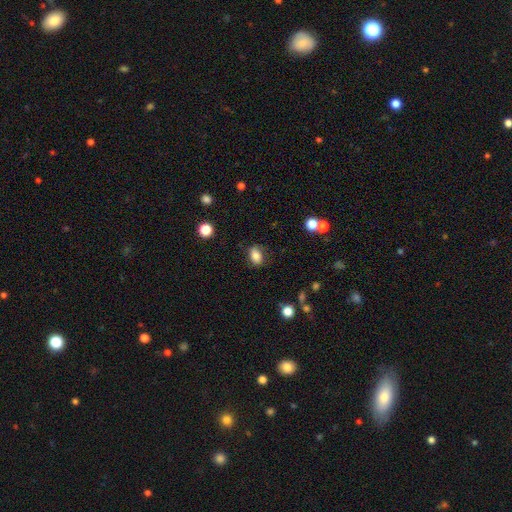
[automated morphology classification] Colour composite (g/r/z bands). It shows a smooth galaxy with no disk features (83%) that is in between round and cigar-shaped (78%). Merging: none (80%).